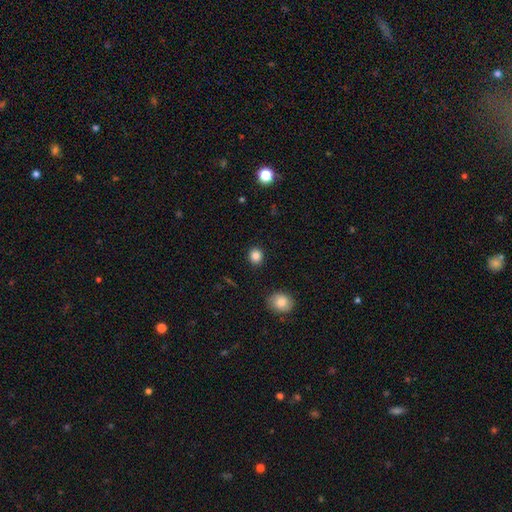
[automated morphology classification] The model was most divided on "how rounded": round: 81%, in between: 18%, cigar-shaped: 1%. More confident: merging — none (91%); smooth or featured — smooth (85%).